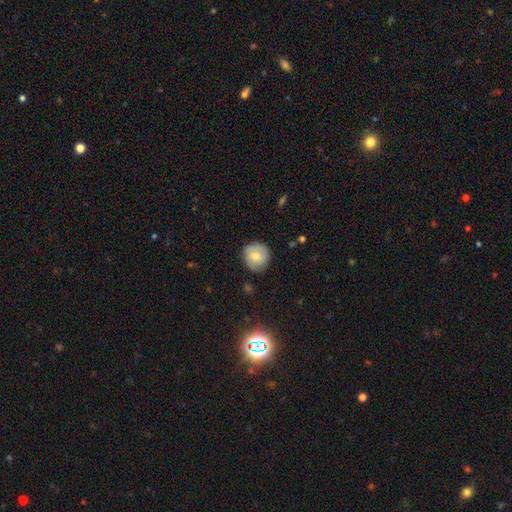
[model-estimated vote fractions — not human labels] Smooth or featured: smooth — 69% (featured or disk — 23%)
How rounded: round — 91% (in between — 8%)
Merging: none — 82% (minor disturbance — 14%)